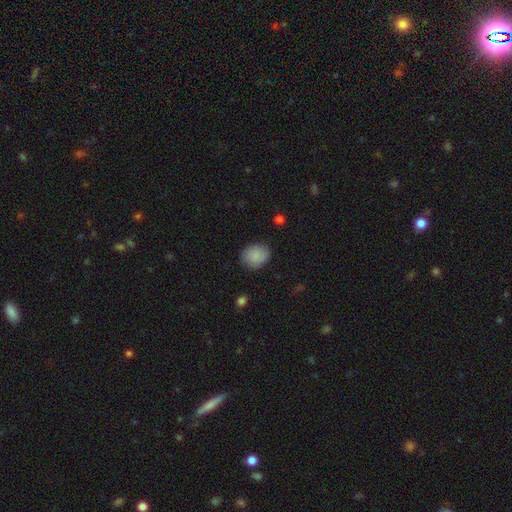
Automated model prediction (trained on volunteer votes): Smooth or featured? Predicted: smooth (p=0.87). How rounded? Predicted: round (p=0.55). Merging? Predicted: none (p=0.83).